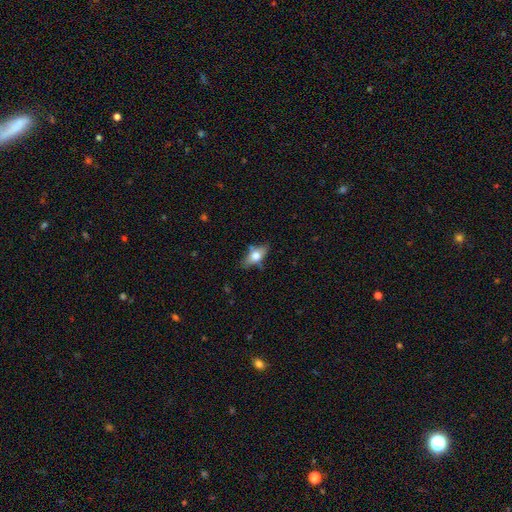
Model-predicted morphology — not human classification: smooth-or-featured: smooth: 60% | featured or disk: 32% | star or artifact: 8%
  how-rounded: in between: 78% | cigar-shaped: 16% | round: 6%
  merging: none: 68% | minor disturbance: 21% | merger: 6% | major disturbance: 6%